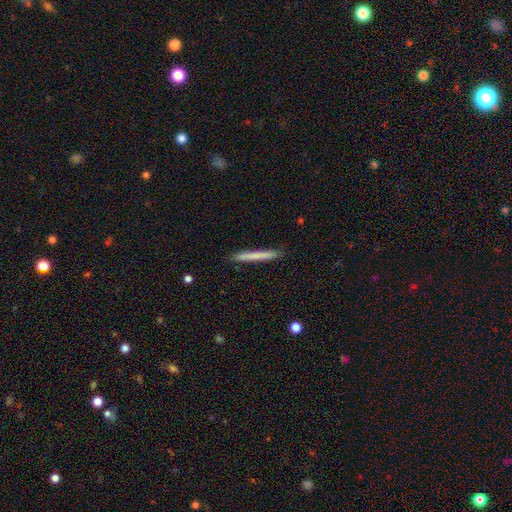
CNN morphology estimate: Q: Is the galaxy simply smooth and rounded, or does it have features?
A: smooth — 70%.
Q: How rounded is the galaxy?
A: cigar-shaped — 97%.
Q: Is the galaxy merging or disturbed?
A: none — 90%.